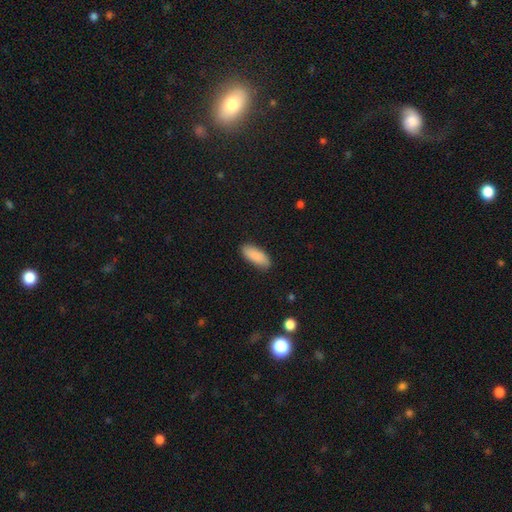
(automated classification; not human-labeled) A smooth galaxy with no disk features (89%) that is in between round and cigar-shaped (78%). Merging: none (86%).